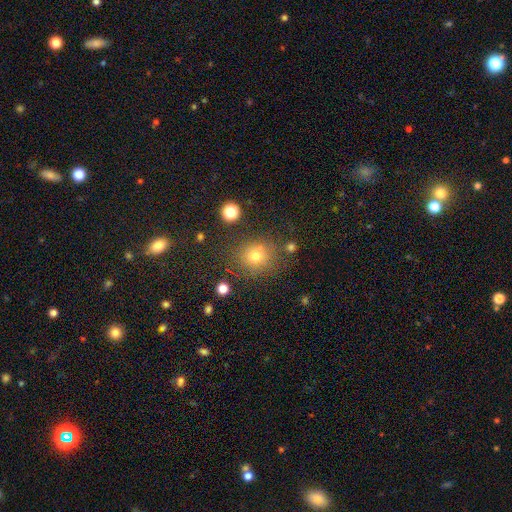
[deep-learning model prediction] This appears to be a smooth galaxy with no disk features (74%) that is round (84%). Merging: none (78%).